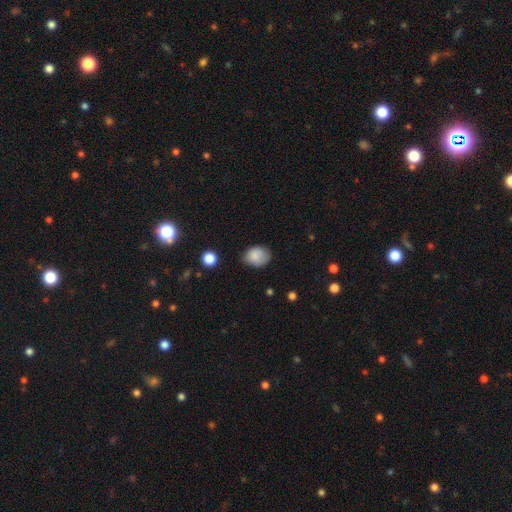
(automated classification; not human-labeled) This appears to be a smooth galaxy with no disk features (84%) that is in between round and cigar-shaped (64%). Merging: none (65%).